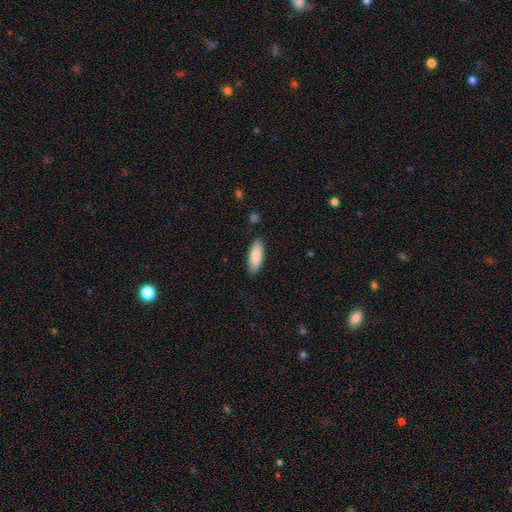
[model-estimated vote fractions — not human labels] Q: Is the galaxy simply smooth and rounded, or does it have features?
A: smooth — 85%.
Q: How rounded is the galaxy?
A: in between — 70%.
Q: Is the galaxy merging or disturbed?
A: none — 87%.